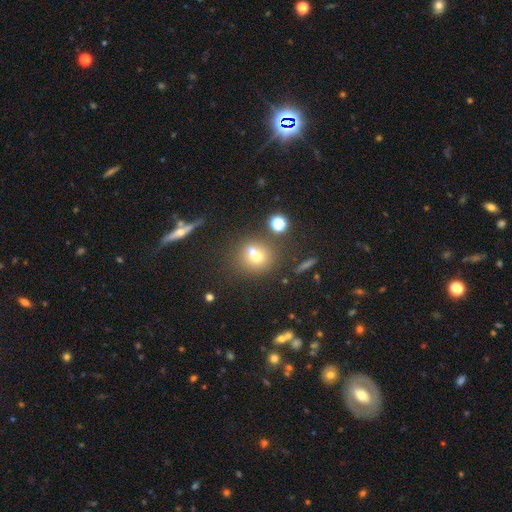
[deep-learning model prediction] smooth_or_featured: smooth (p=0.62) [alt: featured or disk p=0.20]
how_rounded: round (p=0.75) [alt: in between p=0.23]
merging: none (p=0.50) [alt: merger p=0.32]